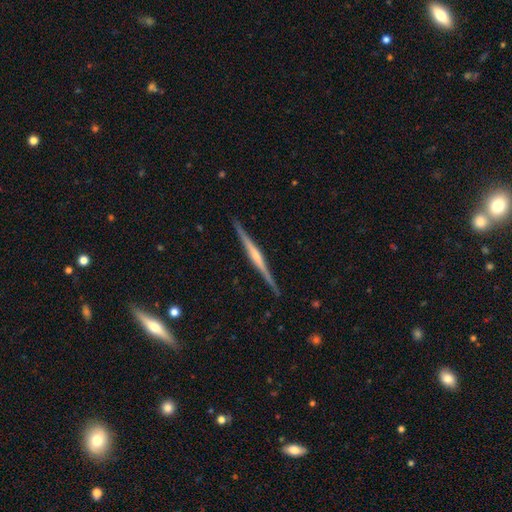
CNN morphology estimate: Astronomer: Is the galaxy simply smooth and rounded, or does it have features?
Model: featured or disk — 80%.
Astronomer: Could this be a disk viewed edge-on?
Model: yes — 98%.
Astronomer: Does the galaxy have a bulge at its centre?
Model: rounded — 63%.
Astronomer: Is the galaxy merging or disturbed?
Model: none — 91%.